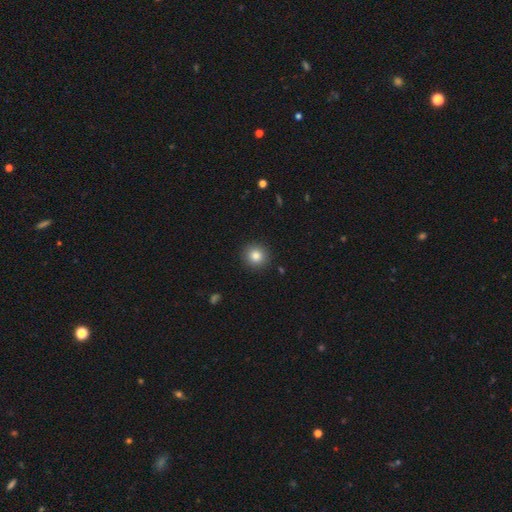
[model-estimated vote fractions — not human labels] Overall: smooth (83%). How rounded: round (93%). Merging: none (91%).